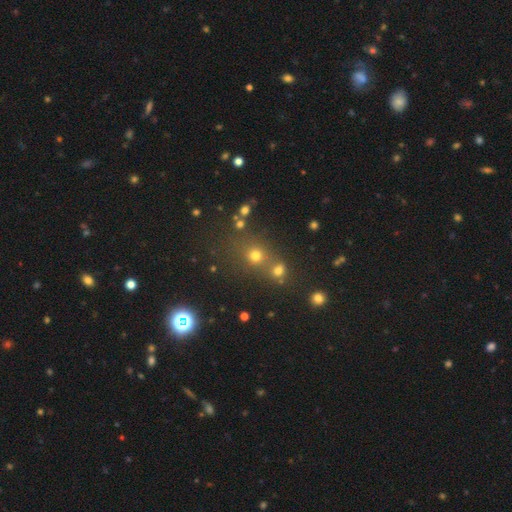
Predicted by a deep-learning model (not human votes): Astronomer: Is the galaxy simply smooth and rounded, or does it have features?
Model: smooth — 61%.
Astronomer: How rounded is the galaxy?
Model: round — 82%.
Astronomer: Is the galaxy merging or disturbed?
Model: none — 55% (runner-up: merger, 31%).